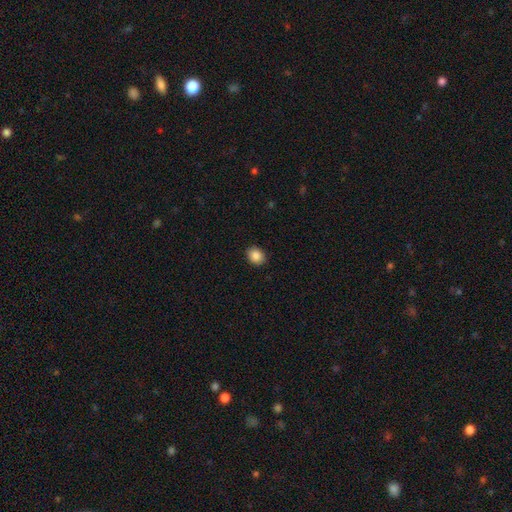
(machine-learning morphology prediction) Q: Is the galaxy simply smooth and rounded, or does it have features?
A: smooth — 87%.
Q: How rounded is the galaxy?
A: round — 53%.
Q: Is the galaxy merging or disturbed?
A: none — 90%.